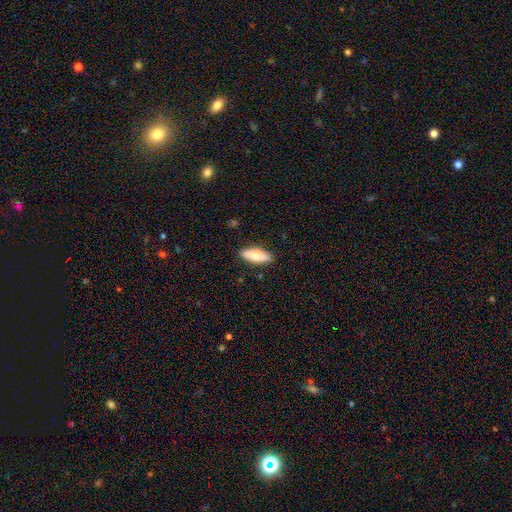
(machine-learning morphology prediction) Overall: smooth (78%). How rounded: in between (65%; cigar-shaped 33%). Merging: none (88%).